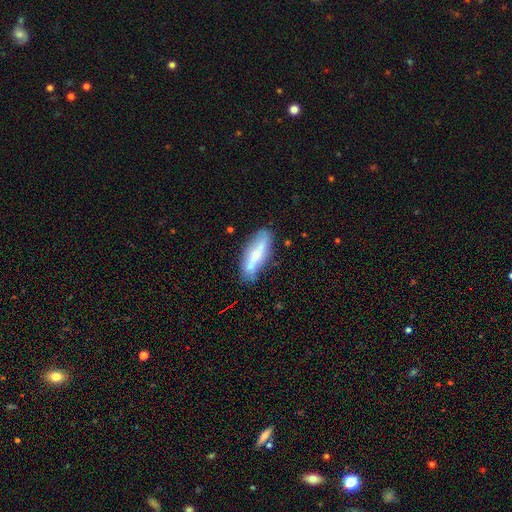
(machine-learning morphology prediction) Overall: smooth (53%; featured or disk 40%). How rounded: cigar-shaped (50%; in between 47%). Merging: none (74%).